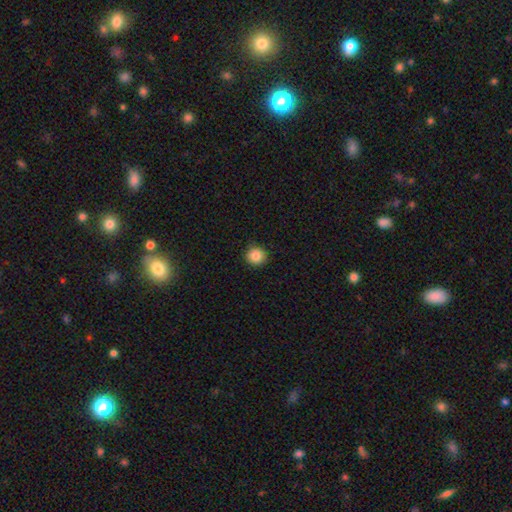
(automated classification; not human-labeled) Smooth or featured? Predicted: smooth (p=0.85). How rounded? Predicted: round (p=0.92). Merging? Predicted: none (p=0.89).